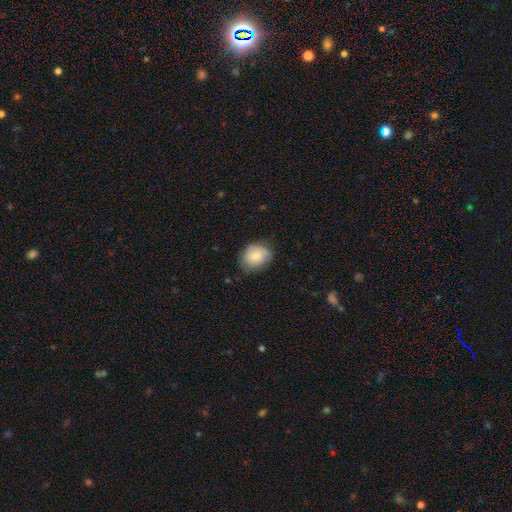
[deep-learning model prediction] Smooth or featured? Predicted: smooth (p=0.82). How rounded? Predicted: round (p=0.58). Merging? Predicted: none (p=0.71).